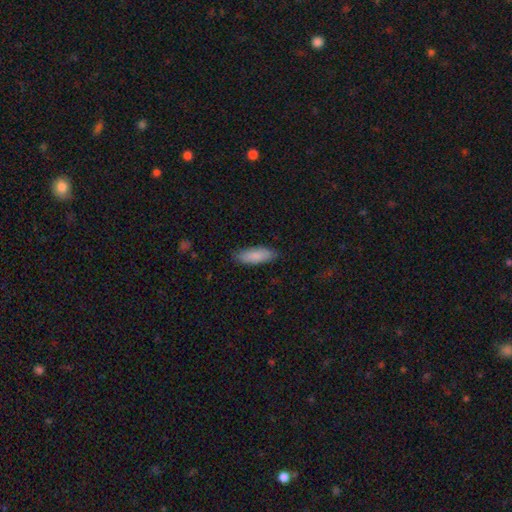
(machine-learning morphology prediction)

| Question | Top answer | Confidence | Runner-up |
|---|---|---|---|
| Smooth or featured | smooth | 87% | featured or disk (7%) |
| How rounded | in between | 62% | cigar-shaped (36%) |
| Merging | none | 86% | minor disturbance (11%) |